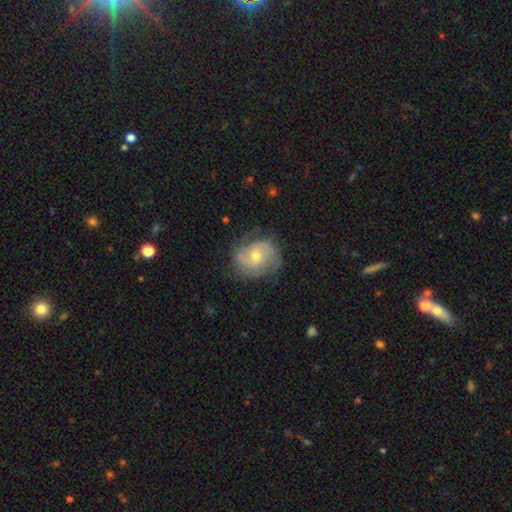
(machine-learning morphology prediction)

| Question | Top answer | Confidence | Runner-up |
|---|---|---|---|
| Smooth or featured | featured or disk | 72% | smooth (21%) |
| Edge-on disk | no | 97% | yes (3%) |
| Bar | no | 71% | weak (25%) |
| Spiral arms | yes | 89% | no (11%) |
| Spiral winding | medium | 42% | tight (40%) |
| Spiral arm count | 2 | 56% | can't tell (20%) |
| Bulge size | moderate | 55% | small (42%) |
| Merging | none | 70% | minor disturbance (20%) |